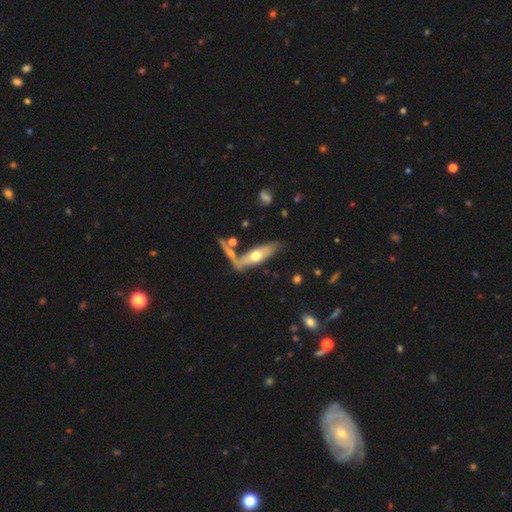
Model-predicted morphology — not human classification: Smooth or featured? featured or disk (49%)
Merging? none (60%)